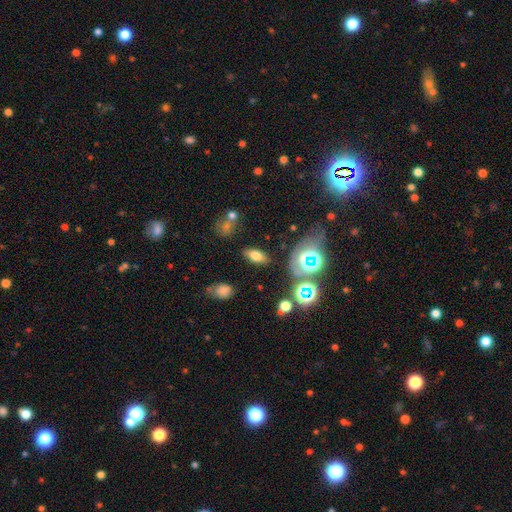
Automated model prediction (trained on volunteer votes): This is likely a smooth galaxy (67%). How rounded: clearly in between (85%). Merging: clearly none (82%).